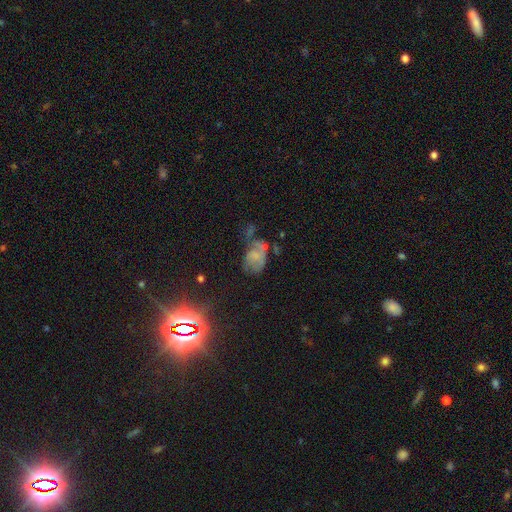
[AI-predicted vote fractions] Q: Smooth or featured?
A: smooth (42%); runner-up: featured or disk (41%)
Q: Merging?
A: major disturbance (35%); runner-up: none (24%)